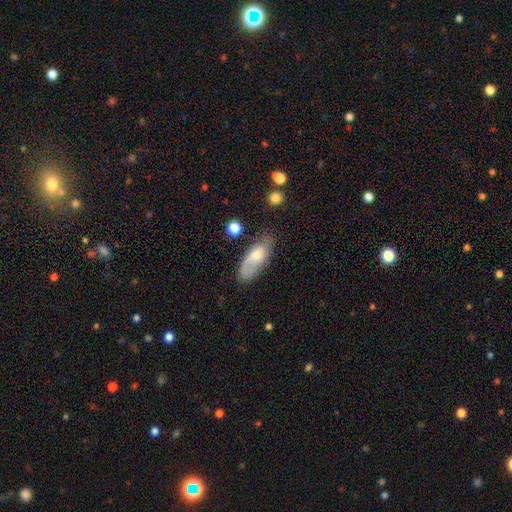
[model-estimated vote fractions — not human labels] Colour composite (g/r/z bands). It shows a smooth galaxy with no disk features (49%). Merging: none (60%).